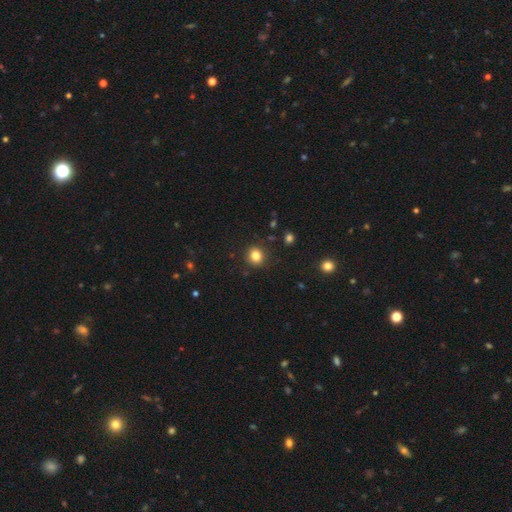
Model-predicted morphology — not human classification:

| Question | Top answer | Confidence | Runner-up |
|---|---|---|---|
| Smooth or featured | smooth | 83% | star or artifact (12%) |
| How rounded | round | 80% | in between (19%) |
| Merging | none | 87% | minor disturbance (9%) |